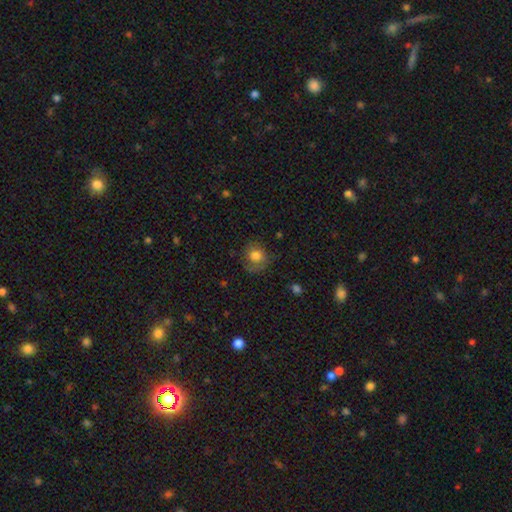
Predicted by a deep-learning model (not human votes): Overall: smooth (76%). How rounded: round (82%). Merging: none (68%).